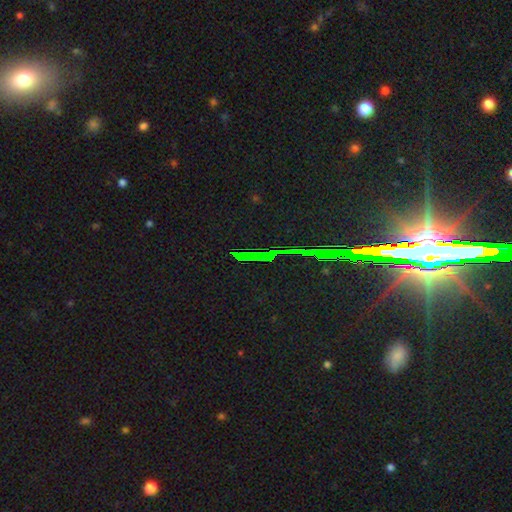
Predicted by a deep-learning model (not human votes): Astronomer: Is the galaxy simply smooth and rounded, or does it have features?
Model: star or artifact — 78%.